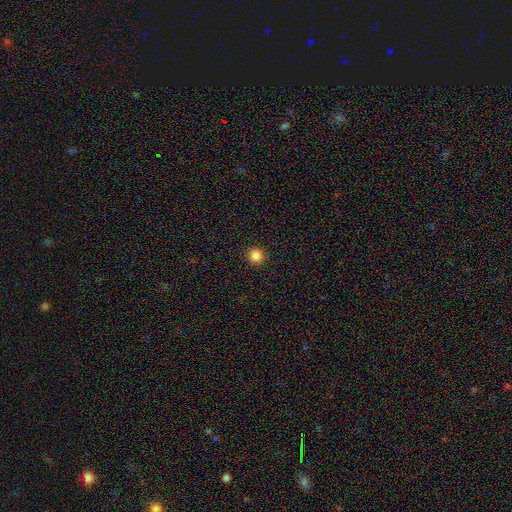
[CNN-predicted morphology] smooth-or-featured: smooth: 86% | star or artifact: 11% | featured or disk: 3%
  how-rounded: round: 95% | in between: 4% | cigar-shaped: 1%
  merging: none: 93% | minor disturbance: 4% | major disturbance: 2% | merger: 1%